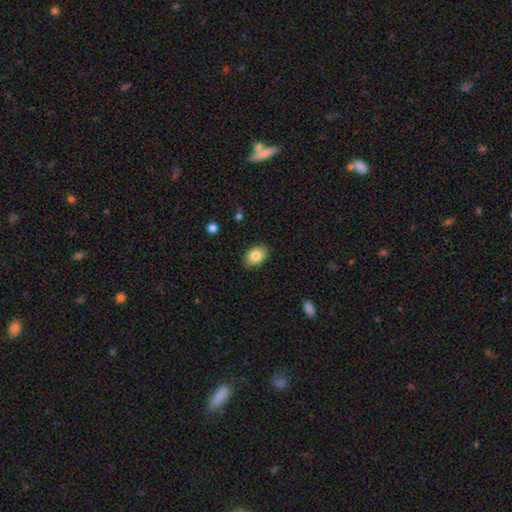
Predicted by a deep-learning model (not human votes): This is clearly a smooth galaxy (84%). How rounded: likely in between (80%). Merging: clearly none (88%).